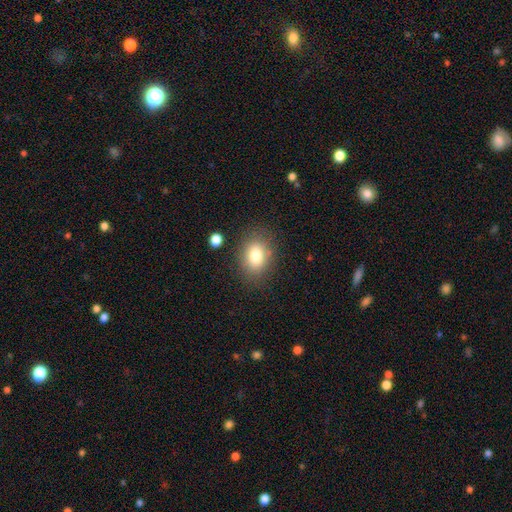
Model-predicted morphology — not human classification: This appears to be a smooth galaxy with no disk features (80%) that is in between round and cigar-shaped (69%). Merging: none (80%).